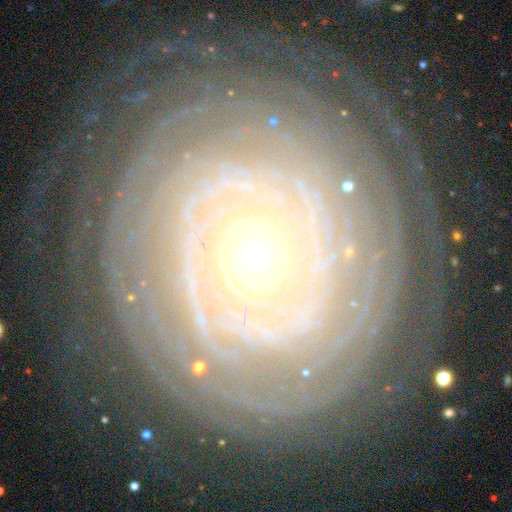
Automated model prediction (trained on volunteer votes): Smooth or featured?
  - featured or disk: 83% *
  - smooth: 9%
  - star or artifact: 7%
Edge-on disk?
  - no: 96% *
  - yes: 4%
Bar?
  - no: 80% *
  - weak: 12%
  - strong: 7%
Spiral arms?
  - yes: 91% *
  - no: 9%
Spiral winding?
  - tight: 88% *
  - medium: 9%
  - loose: 3%
Spiral arm count?
  - can't tell: 38% *
  - more than 4: 19%
  - 4: 13%
  - 2: 12%
  - 3: 11%
  - 1: 7%
Bulge size?
  - small: 77% *
  - moderate: 19%
  - large: 2%
  - dominant: 1%
  - none: 1%
Merging?
  - none: 80% *
  - minor disturbance: 13%
  - major disturbance: 5%
  - merger: 1%